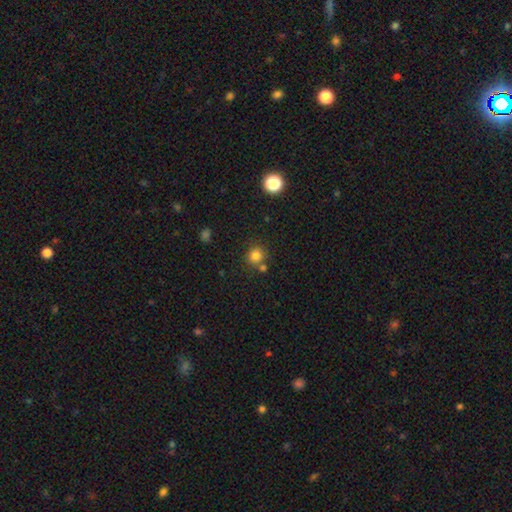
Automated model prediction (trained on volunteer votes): Smooth or featured? smooth (81%)
How rounded? round (90%)
Merging? none (72%)